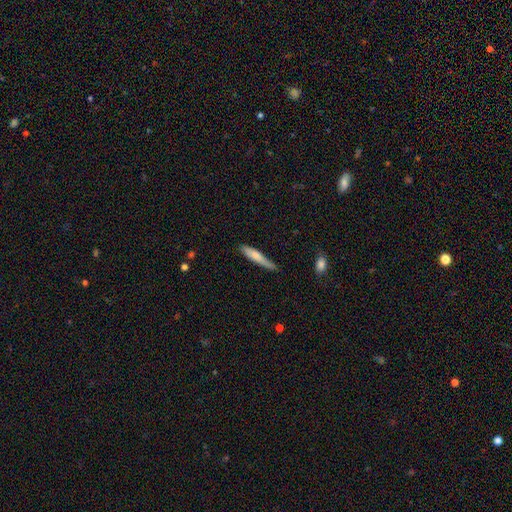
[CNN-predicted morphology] smooth_or_featured: smooth (p=0.70) [alt: featured or disk p=0.24]
how_rounded: cigar-shaped (p=0.87) [alt: in between p=0.11]
merging: none (p=0.59) [alt: minor disturbance p=0.32]